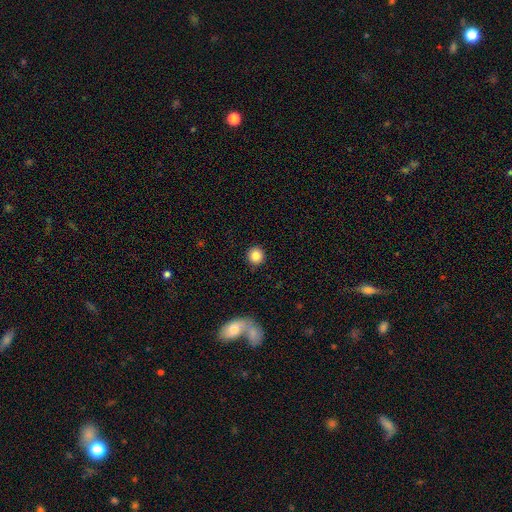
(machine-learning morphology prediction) A smooth galaxy with no disk features (85%) that is round (93%).

Vote fractions:
- Smooth or featured? smooth: 85% / star or artifact: 10% / featured or disk: 5%
- How rounded? round: 93% / in between: 6% / cigar-shaped: 1%
- Merging? none: 91% / minor disturbance: 6% / major disturbance: 2% / merger: 1%